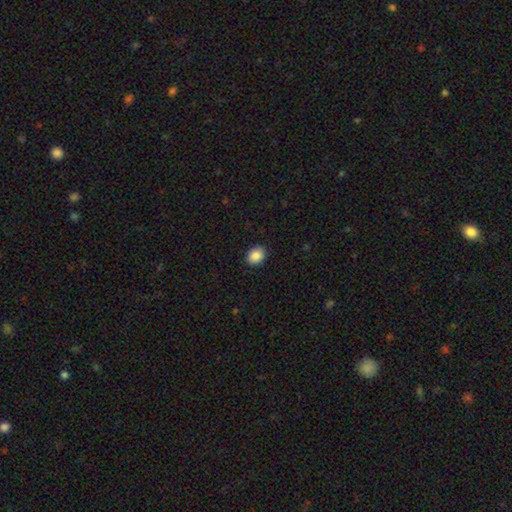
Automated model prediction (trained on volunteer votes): The model was most divided on "how rounded": in between: 54%, round: 45%, cigar-shaped: 1%. More confident: merging — none (90%); smooth or featured — smooth (88%).